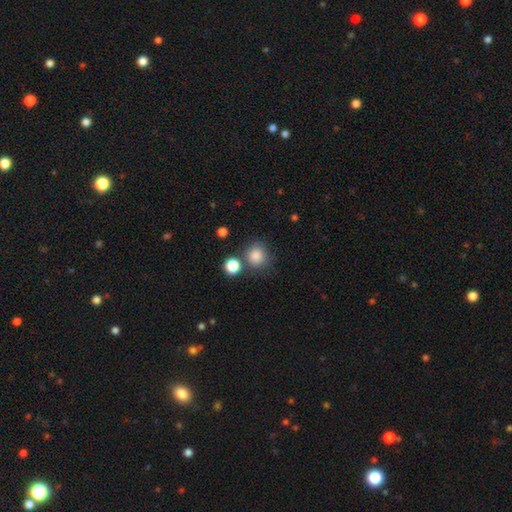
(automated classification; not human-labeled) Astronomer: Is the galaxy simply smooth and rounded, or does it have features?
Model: smooth — 84%.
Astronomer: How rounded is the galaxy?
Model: round — 87%.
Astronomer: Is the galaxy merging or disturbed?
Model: none — 71%.